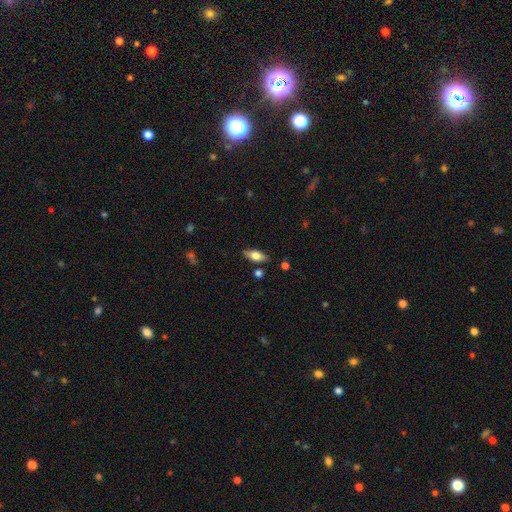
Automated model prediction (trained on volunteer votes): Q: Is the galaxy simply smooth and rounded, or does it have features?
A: smooth — 68%.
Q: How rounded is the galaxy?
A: in between — 79%.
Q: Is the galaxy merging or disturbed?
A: none — 83%.